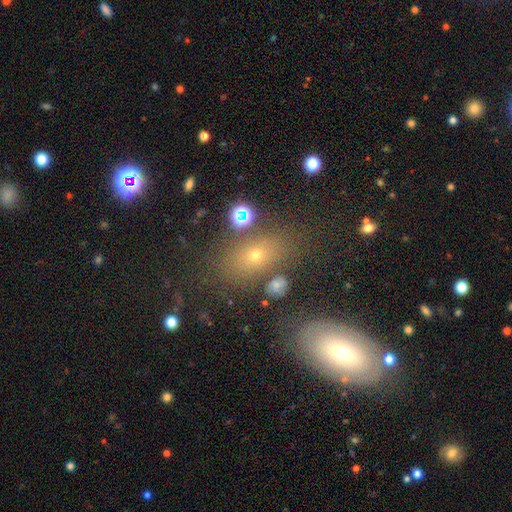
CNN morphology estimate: smooth_or_featured: smooth (p=0.61) [alt: star or artifact p=0.20]
how_rounded: in between (p=0.76) [alt: round p=0.20]
merging: none (p=0.70) [alt: minor disturbance p=0.13]